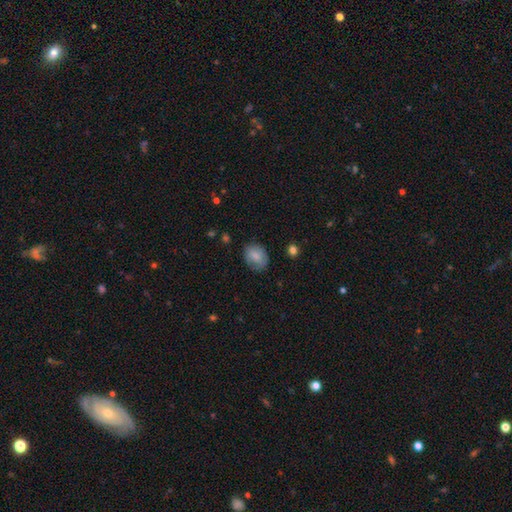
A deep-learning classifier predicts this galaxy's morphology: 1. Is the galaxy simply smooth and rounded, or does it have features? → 79% smooth, 14% featured or disk, 7% star or artifact.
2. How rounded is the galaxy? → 57% in between, 42% round, 1% cigar-shaped.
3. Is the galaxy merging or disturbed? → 76% none, 18% minor disturbance, 4% major disturbance, 1% merger.